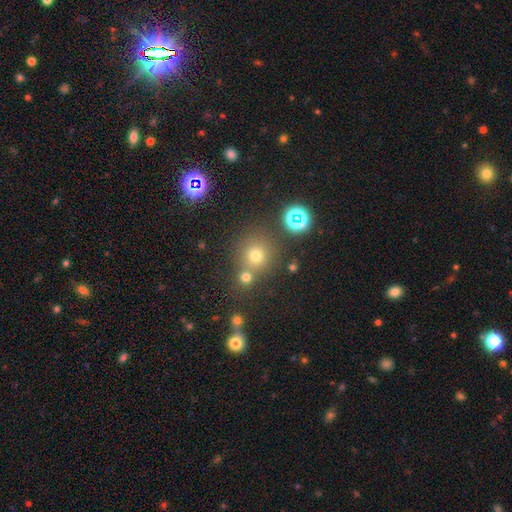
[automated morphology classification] Smooth or featured?
  - smooth: 65% *
  - star or artifact: 26%
  - featured or disk: 9%
How rounded?
  - round: 92% *
  - in between: 7%
  - cigar-shaped: 1%
Merging?
  - none: 73% *
  - merger: 16%
  - minor disturbance: 8%
  - major disturbance: 3%